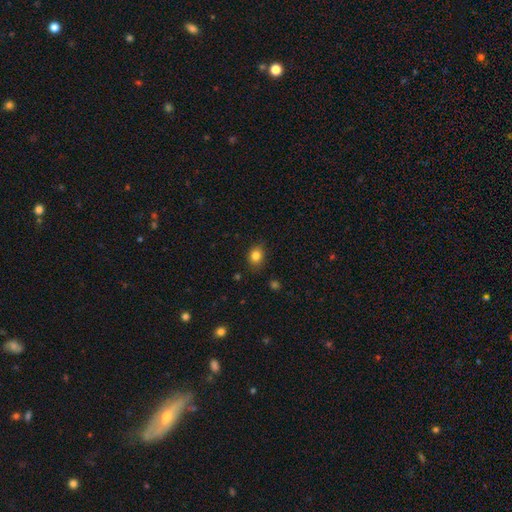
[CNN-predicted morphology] This is clearly a smooth galaxy (83%). How rounded: possibly round (55%). Merging: clearly none (83%).